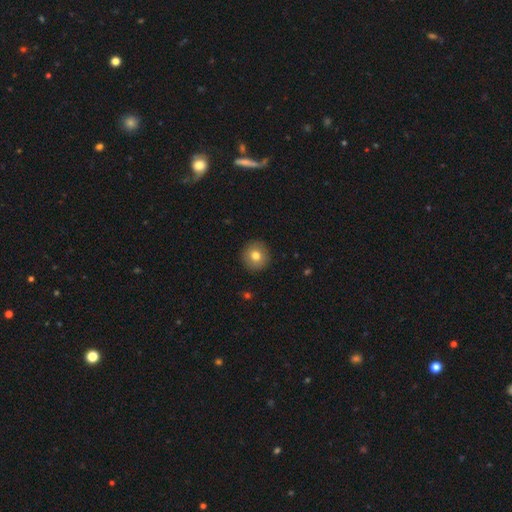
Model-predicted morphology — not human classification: smooth-or-featured: smooth: 78% | featured or disk: 13% | star or artifact: 9%
  how-rounded: round: 95% | in between: 4% | cigar-shaped: 1%
  merging: none: 92% | minor disturbance: 5% | major disturbance: 2% | merger: 1%